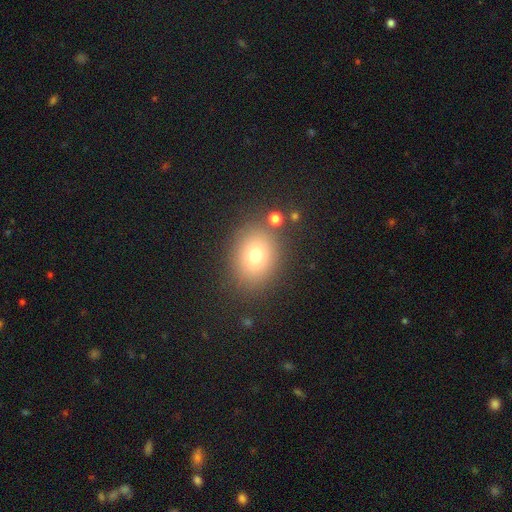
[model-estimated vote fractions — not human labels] smooth-or-featured: smooth: 75% | star or artifact: 14% | featured or disk: 11%
  how-rounded: in between: 50% | round: 49% | cigar-shaped: 1%
  merging: none: 82% | minor disturbance: 10% | merger: 4% | major disturbance: 4%